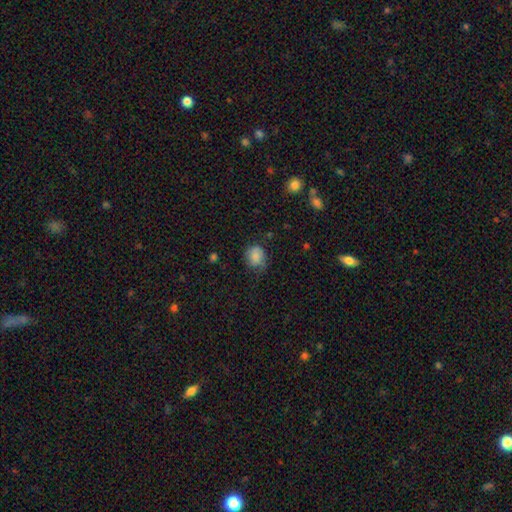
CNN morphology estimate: smooth-or-featured: smooth: 80% | featured or disk: 11% | star or artifact: 9%
  how-rounded: round: 66% | in between: 33% | cigar-shaped: 1%
  merging: none: 56% | minor disturbance: 31% | major disturbance: 12% | merger: 2%